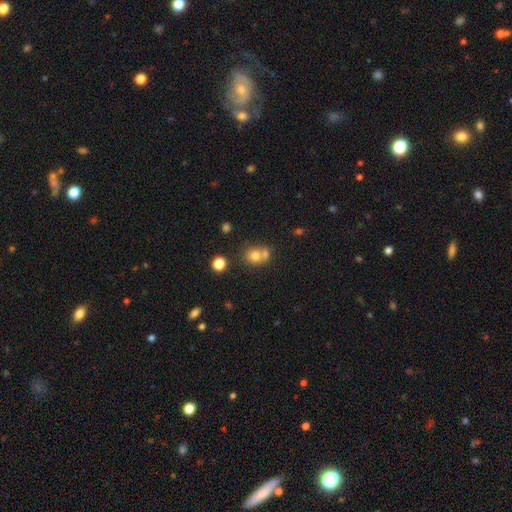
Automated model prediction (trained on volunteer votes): smooth_or_featured: smooth (p=0.73) [alt: star or artifact p=0.14]
how_rounded: round (p=0.79) [alt: in between p=0.20]
merging: merger (p=0.45) [alt: none p=0.43]